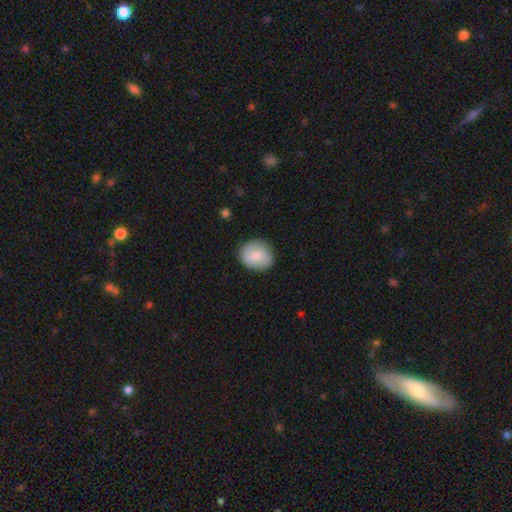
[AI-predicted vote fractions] Morphology: type=smooth (78%); roundness=round (78%); merging=none (86%).